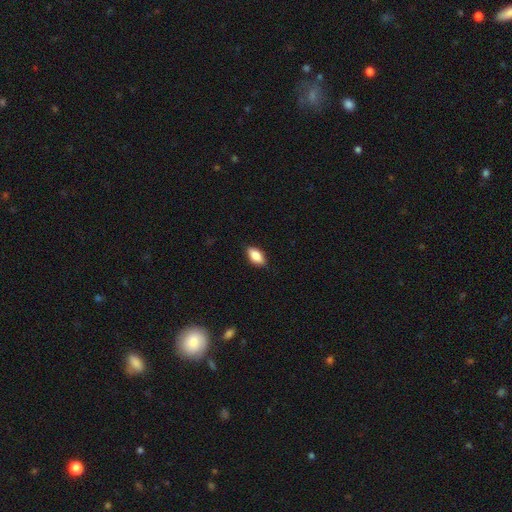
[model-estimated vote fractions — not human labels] Morphology: type=smooth (83%); roundness=in between (90%); merging=none (84%).